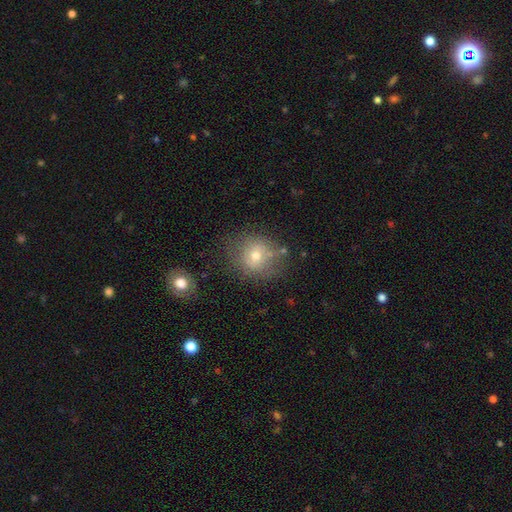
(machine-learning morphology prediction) The model was most divided on "merging": none: 64%, minor disturbance: 20%, major disturbance: 9%, merger: 7%. More confident: how rounded — round (80%); smooth or featured — smooth (66%).